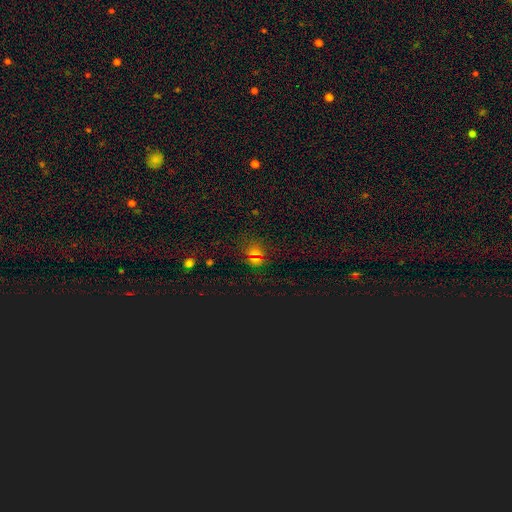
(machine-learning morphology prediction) Smooth or featured: star or artifact — 48% (smooth — 45%)